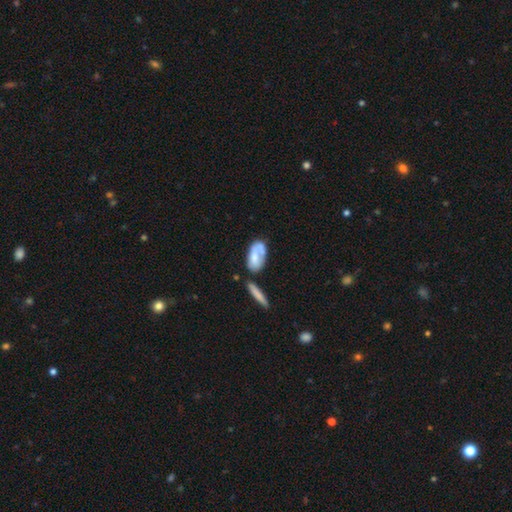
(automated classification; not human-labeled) A smooth galaxy with no disk features (62%) that is in between round and cigar-shaped (89%).

Vote fractions:
- Smooth or featured? smooth: 62% / featured or disk: 31% / star or artifact: 7%
- How rounded? in between: 89% / cigar-shaped: 8% / round: 4%
- Merging? none: 44% / minor disturbance: 23% / merger: 21% / major disturbance: 12%